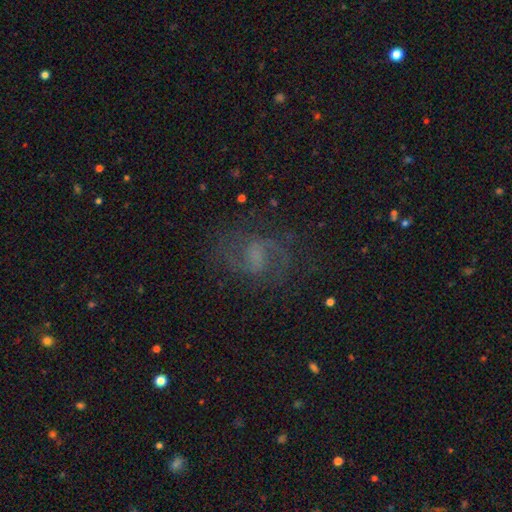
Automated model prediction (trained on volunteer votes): This appears to be a featured or disk galaxy (75%) with a weak bar (54%), 2 (85%) medium (55%) spiral arms (93%) and no central bulge (46%). Merging: none (71%).